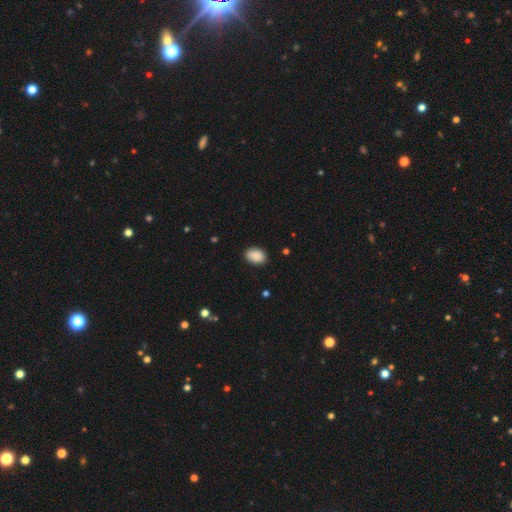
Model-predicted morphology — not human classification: Smooth or featured: smooth — 90% (star or artifact — 7%)
How rounded: in between — 80% (round — 19%)
Merging: none — 87% (minor disturbance — 10%)